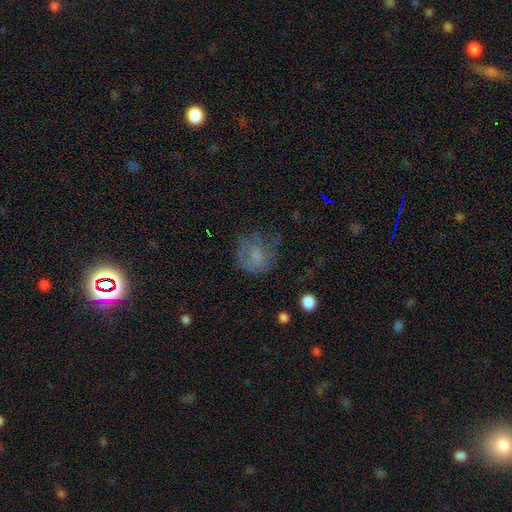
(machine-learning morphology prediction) Smooth or featured?
  - smooth: 55% *
  - featured or disk: 31%
  - star or artifact: 13%
How rounded?
  - round: 73% *
  - in between: 26%
  - cigar-shaped: 1%
Merging?
  - none: 46% *
  - major disturbance: 28%
  - minor disturbance: 24%
  - merger: 2%